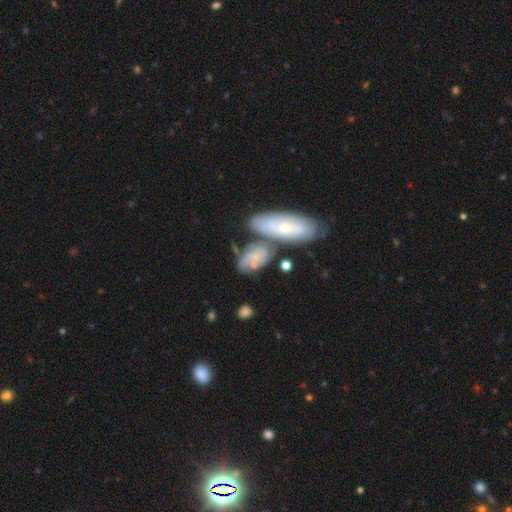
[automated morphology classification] featured or disk 47%, smooth 45%, star or artifact 8%. Down the decision tree: merging — none (37%).